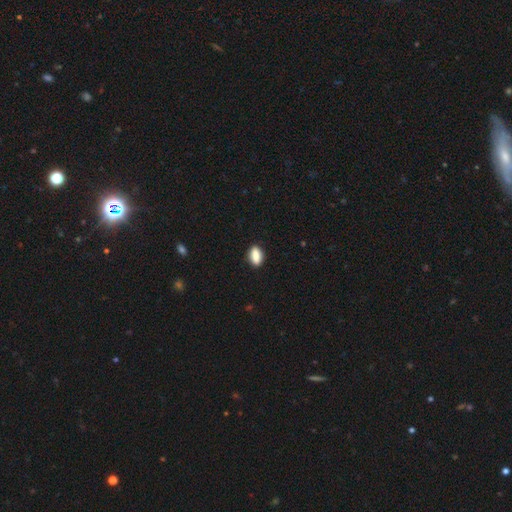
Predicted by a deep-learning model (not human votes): Smooth or featured? Predicted: smooth (p=0.88). How rounded? Predicted: in between (p=0.87). Merging? Predicted: none (p=0.88).